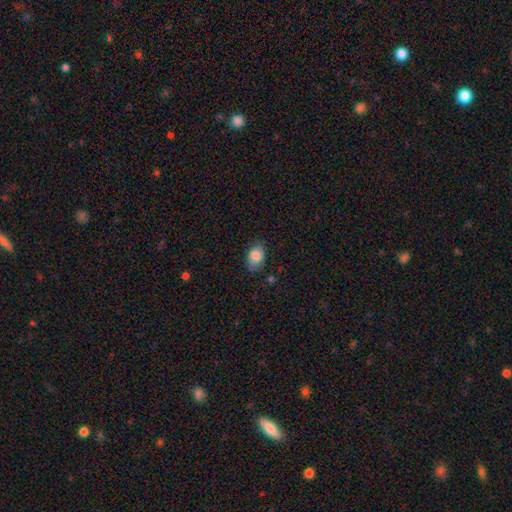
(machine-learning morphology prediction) smooth-or-featured: smooth: 84% | featured or disk: 9% | star or artifact: 8%
  how-rounded: in between: 86% | round: 12% | cigar-shaped: 1%
  merging: none: 80% | minor disturbance: 15% | major disturbance: 3% | merger: 2%